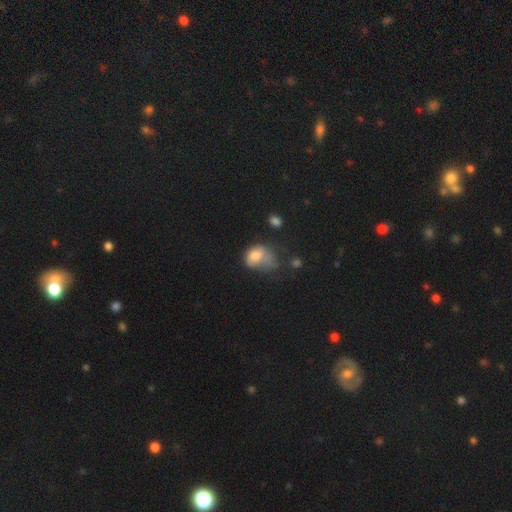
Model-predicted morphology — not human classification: smooth 68%, featured or disk 22%, star or artifact 10%. Down the decision tree: how rounded — in between (62%); merging — major disturbance (42%).